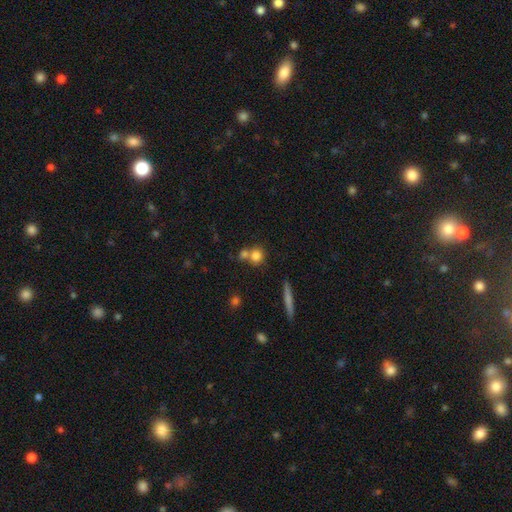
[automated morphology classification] Smooth or featured? smooth (79%)
How rounded? round (84%)
Merging? none (51%)